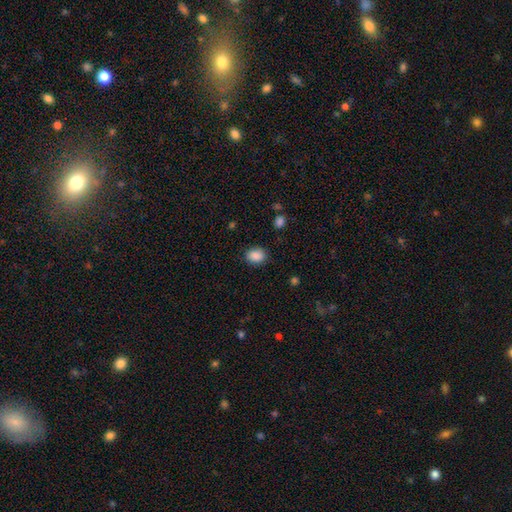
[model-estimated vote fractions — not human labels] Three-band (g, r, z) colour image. It shows a smooth galaxy with no disk features (88%) that is in between round and cigar-shaped (57%). Merging: none (86%).